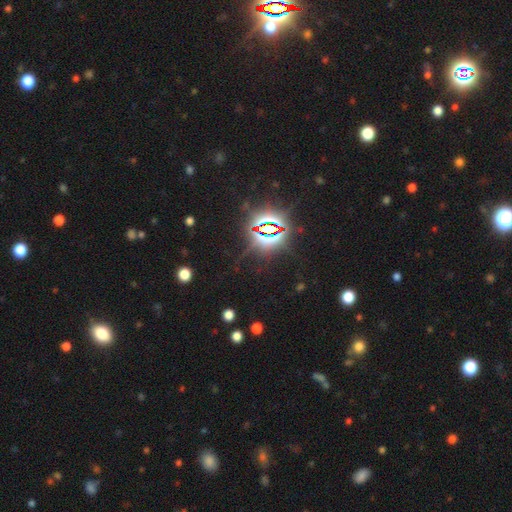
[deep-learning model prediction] Smooth or featured? Predicted: star or artifact (p=0.84).